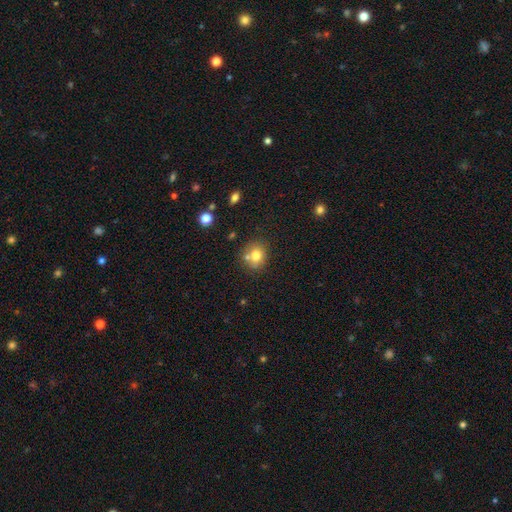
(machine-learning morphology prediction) A smooth galaxy with no disk features (76%) that is round (72%). Merging: none (64%).